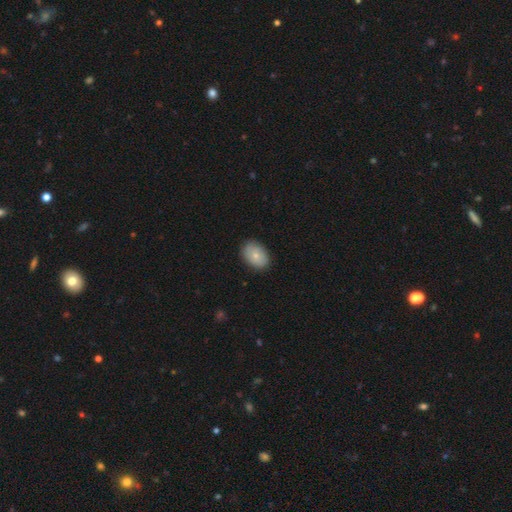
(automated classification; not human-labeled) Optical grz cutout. It shows a smooth galaxy with no disk features (78%) that is in between round and cigar-shaped (81%). Merging: none (85%).